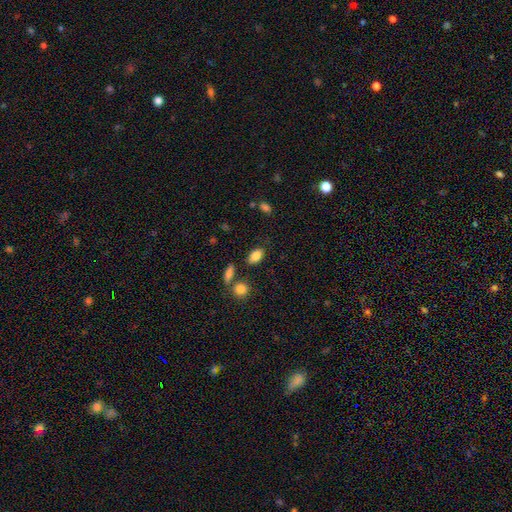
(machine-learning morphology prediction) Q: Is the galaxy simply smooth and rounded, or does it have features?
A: smooth — 85%.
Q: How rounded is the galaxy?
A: in between — 88%.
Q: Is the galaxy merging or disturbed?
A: none — 78%.